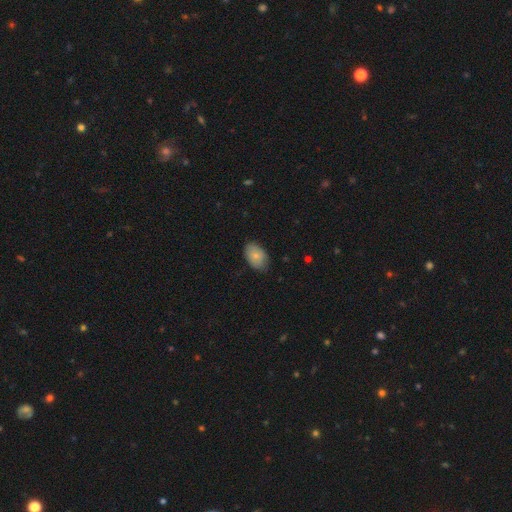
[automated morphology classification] This appears to be a smooth galaxy with no disk features (80%) that is in between round and cigar-shaped (90%). Merging: none (80%).